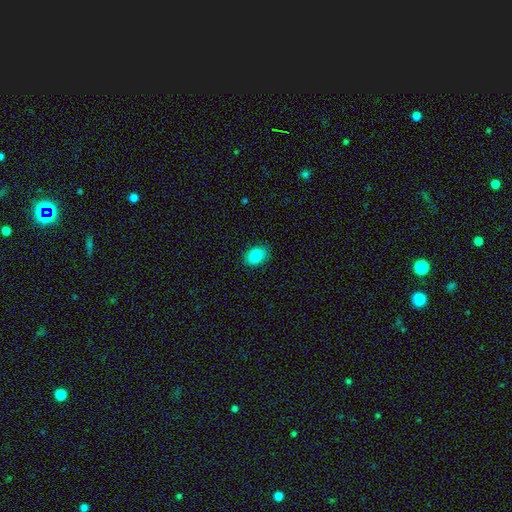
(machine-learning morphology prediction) Q: Smooth or featured?
A: smooth (87%); runner-up: star or artifact (8%)
Q: How rounded?
A: in between (79%); runner-up: round (20%)
Q: Merging?
A: none (87%); runner-up: minor disturbance (10%)